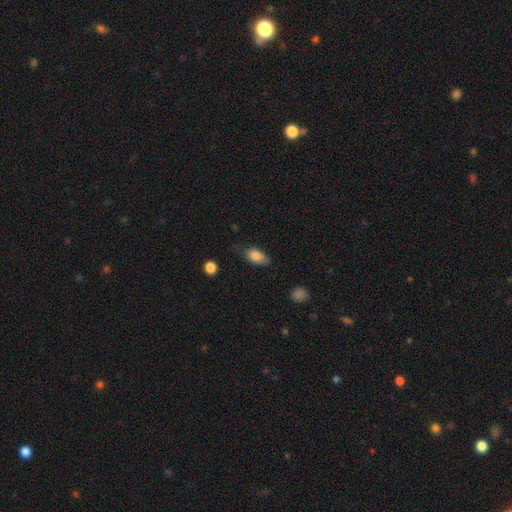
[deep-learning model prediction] Smooth or featured?
  - smooth: 82% *
  - featured or disk: 10%
  - star or artifact: 7%
How rounded?
  - in between: 88% *
  - cigar-shaped: 6%
  - round: 5%
Merging?
  - none: 65% *
  - minor disturbance: 27%
  - major disturbance: 6%
  - merger: 2%